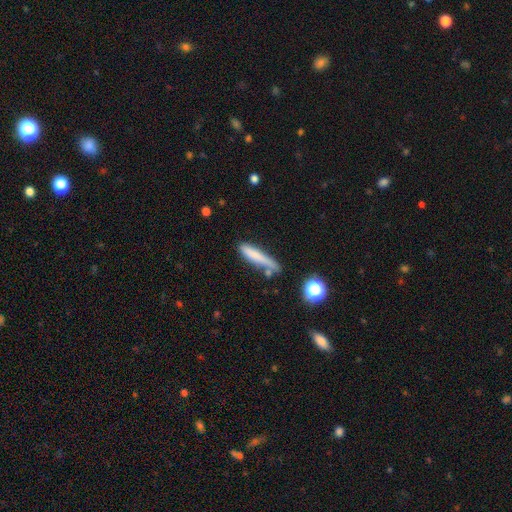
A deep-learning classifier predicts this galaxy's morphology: Smooth or featured?
  - smooth: 73% *
  - featured or disk: 18%
  - star or artifact: 9%
How rounded?
  - cigar-shaped: 88% *
  - in between: 10%
  - round: 2%
Merging?
  - none: 58% *
  - minor disturbance: 24%
  - merger: 10%
  - major disturbance: 8%